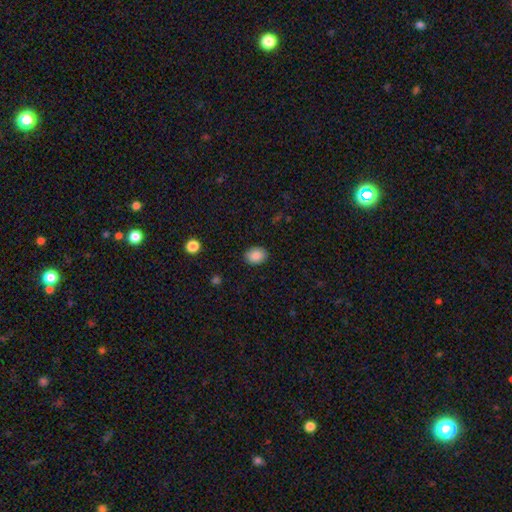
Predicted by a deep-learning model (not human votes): Overall: smooth (88%). How rounded: in between (62%; round 37%). Merging: none (88%).